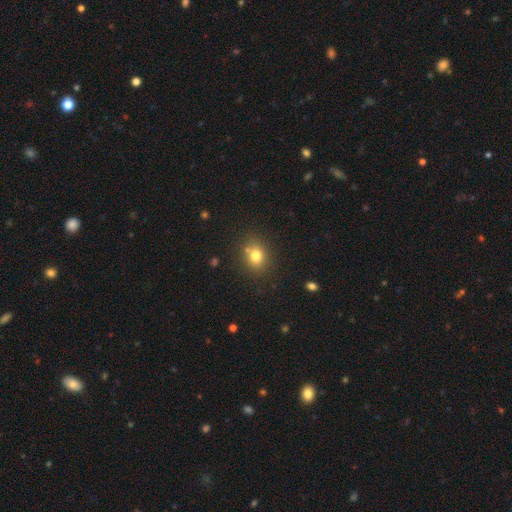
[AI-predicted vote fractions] Q: Smooth or featured?
A: smooth (78%); runner-up: star or artifact (13%)
Q: How rounded?
A: round (61%); runner-up: in between (38%)
Q: Merging?
A: none (77%); runner-up: minor disturbance (12%)